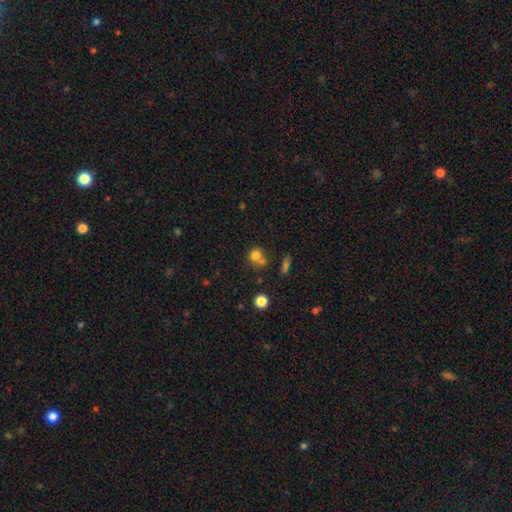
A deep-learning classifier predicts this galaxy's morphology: smooth_or_featured: smooth (p=0.75) [alt: star or artifact p=0.14]
how_rounded: round (p=0.78) [alt: in between p=0.21]
merging: none (p=0.45) [alt: merger p=0.40]